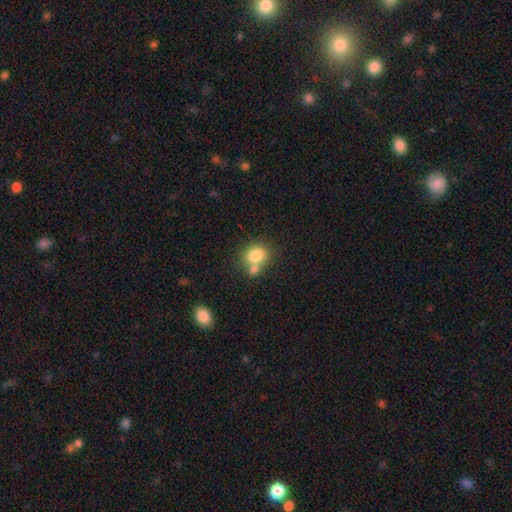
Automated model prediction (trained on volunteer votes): Q: Smooth or featured?
A: smooth (80%); runner-up: featured or disk (10%)
Q: How rounded?
A: round (64%); runner-up: in between (36%)
Q: Merging?
A: none (46%); runner-up: merger (39%)